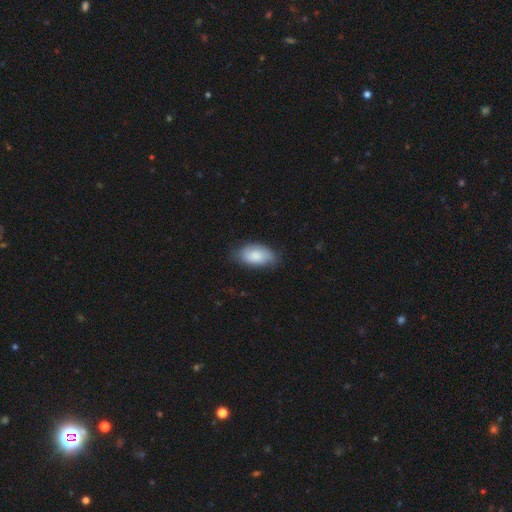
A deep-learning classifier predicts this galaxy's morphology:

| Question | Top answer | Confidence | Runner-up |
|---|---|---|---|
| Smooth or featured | smooth | 81% | featured or disk (13%) |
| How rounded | in between | 94% | round (4%) |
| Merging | none | 68% | minor disturbance (26%) |